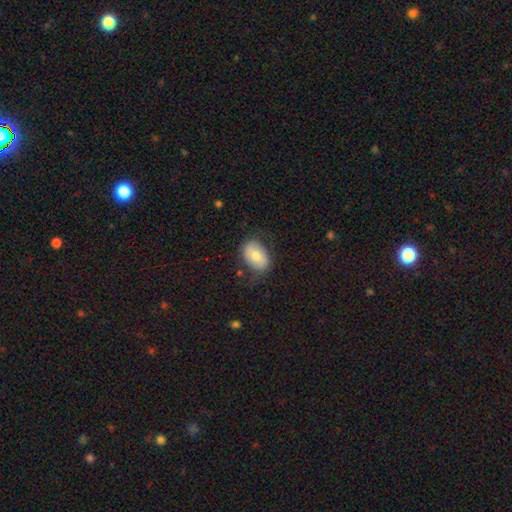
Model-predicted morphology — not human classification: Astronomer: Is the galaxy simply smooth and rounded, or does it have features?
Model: smooth — 72%.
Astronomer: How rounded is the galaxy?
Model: in between — 86%.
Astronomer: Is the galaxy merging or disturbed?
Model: none — 71%.